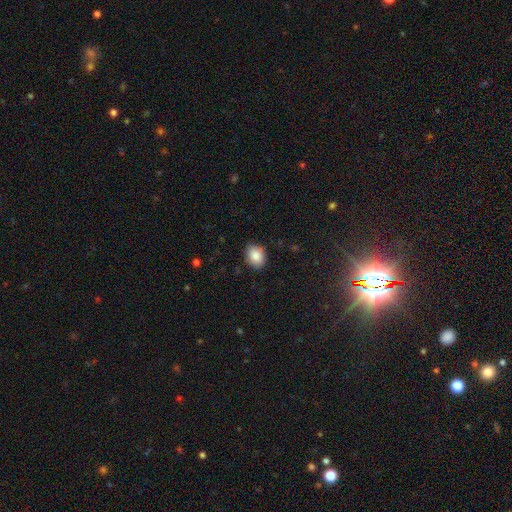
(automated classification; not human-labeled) A smooth galaxy with no disk features (87%) that is in between round and cigar-shaped (62%). Merging: none (85%).